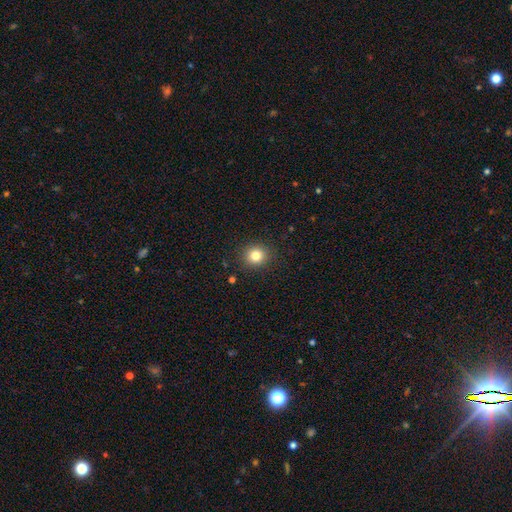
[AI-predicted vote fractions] smooth_or_featured: smooth (p=0.82) [alt: star or artifact p=0.12]
how_rounded: round (p=0.86) [alt: in between p=0.13]
merging: none (p=0.90) [alt: minor disturbance p=0.07]